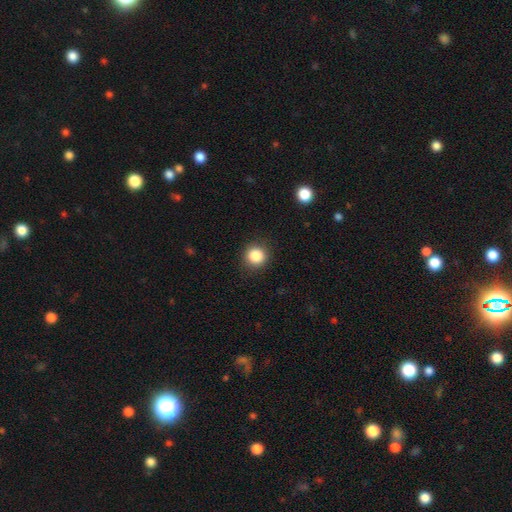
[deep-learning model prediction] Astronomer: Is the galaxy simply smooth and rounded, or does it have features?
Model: smooth — 85%.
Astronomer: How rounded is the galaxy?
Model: round — 92%.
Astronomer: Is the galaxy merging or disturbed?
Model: none — 90%.